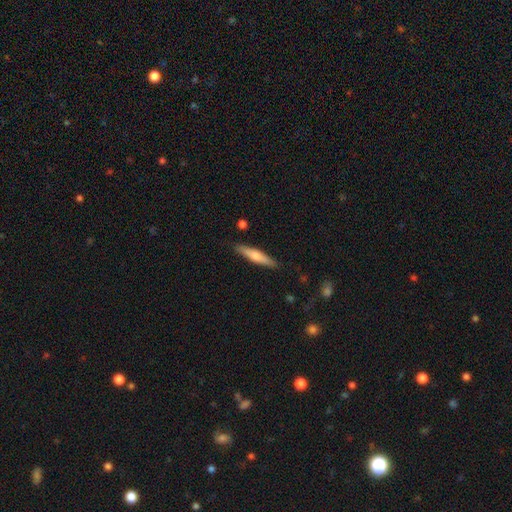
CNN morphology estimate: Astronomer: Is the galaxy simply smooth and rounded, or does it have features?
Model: smooth — 55% (runner-up: featured or disk, 39%).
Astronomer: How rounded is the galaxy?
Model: cigar-shaped — 87%.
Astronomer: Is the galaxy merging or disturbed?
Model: none — 88%.